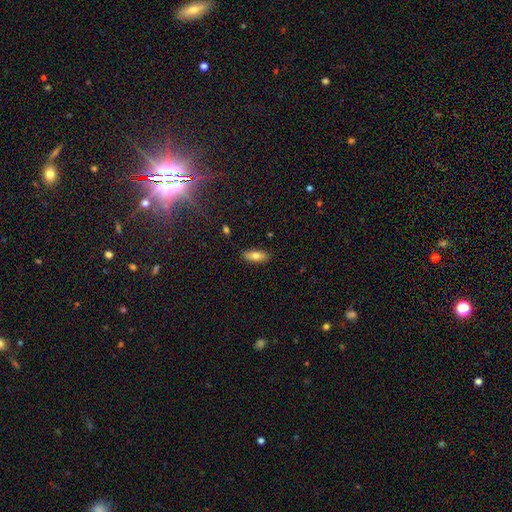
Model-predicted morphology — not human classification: smooth 71%, featured or disk 21%, star or artifact 8%. Down the decision tree: how rounded — in between (75%); merging — none (87%).